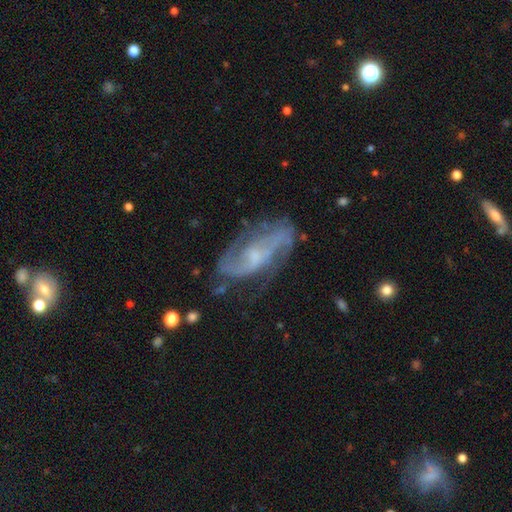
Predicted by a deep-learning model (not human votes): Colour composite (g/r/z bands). It shows a featured or disk galaxy (79%) with no bar (49%), 2 (60%) medium (45%) spiral arms (91%) and a small central bulge (56%). Merging: none (70%).